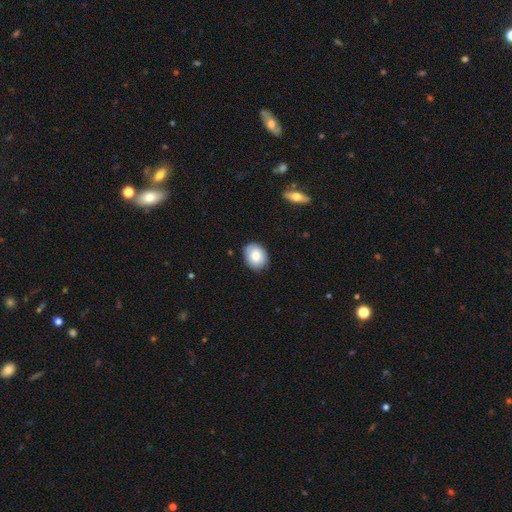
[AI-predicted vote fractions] This is clearly a smooth galaxy (82%). How rounded: possibly in between (54%). Merging: clearly none (84%).